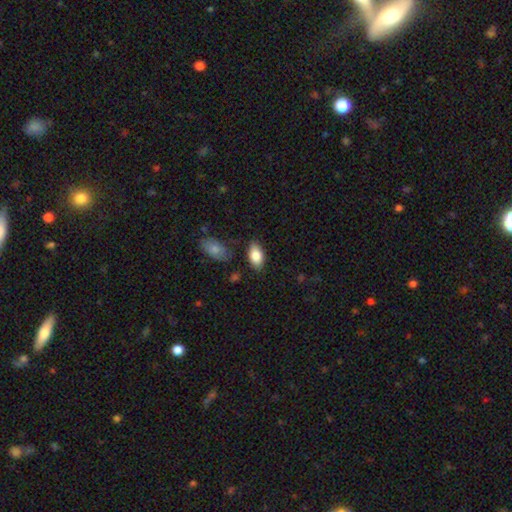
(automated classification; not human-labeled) The model was most divided on "merging": none: 80%, minor disturbance: 14%, major disturbance: 3%, merger: 3%. More confident: how rounded — in between (92%); smooth or featured — smooth (84%).